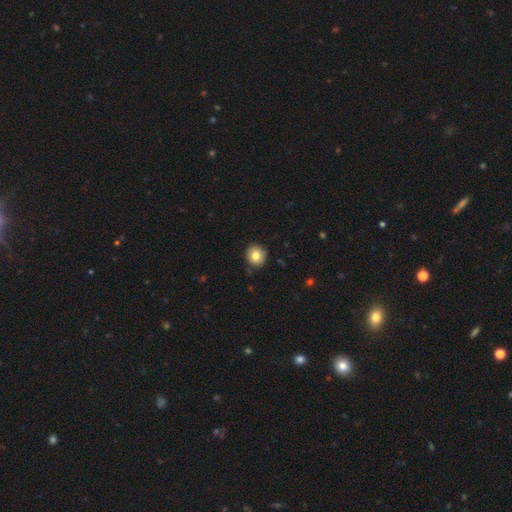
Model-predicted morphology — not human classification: Q: Smooth or featured?
A: smooth (81%); runner-up: star or artifact (10%)
Q: How rounded?
A: round (89%); runner-up: in between (10%)
Q: Merging?
A: none (89%); runner-up: minor disturbance (8%)